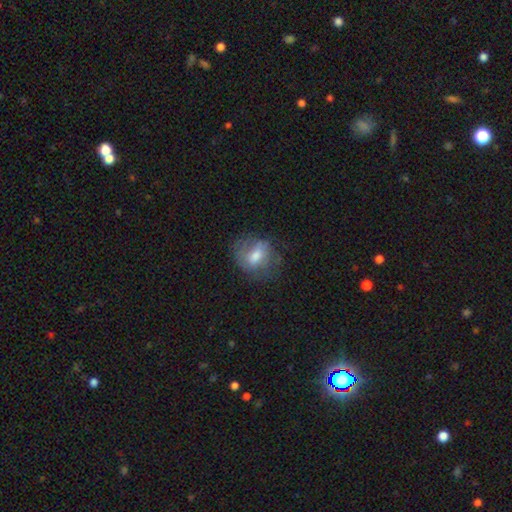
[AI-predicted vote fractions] Smooth or featured? smooth (57%)
How rounded? in between (54%)
Merging? none (58%)